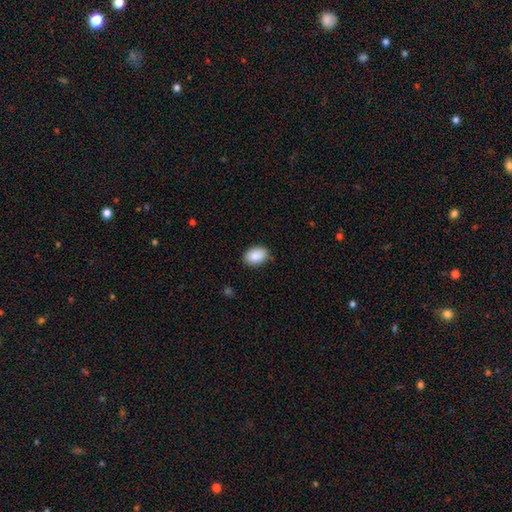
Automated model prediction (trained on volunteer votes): Smooth or featured? smooth (89%)
How rounded? in between (87%)
Merging? none (84%)